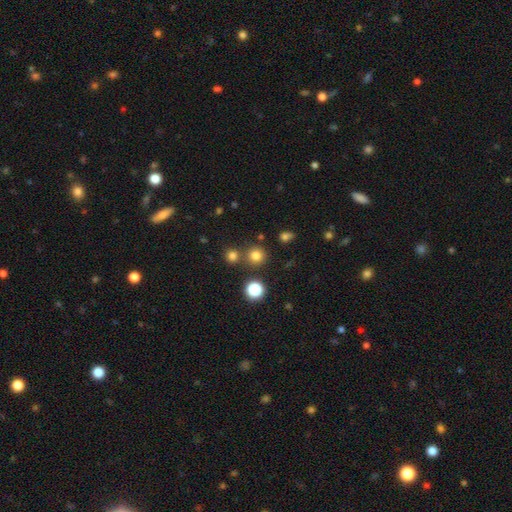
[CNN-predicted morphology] The model was most divided on "smooth or featured": smooth: 76%, star or artifact: 19%, featured or disk: 5%. More confident: how rounded — round (93%); merging — none (78%).